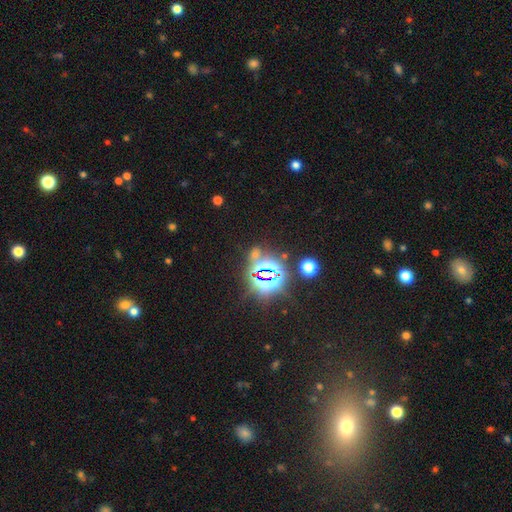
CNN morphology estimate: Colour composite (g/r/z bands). It shows a star or artifact, not a galaxy (76%).